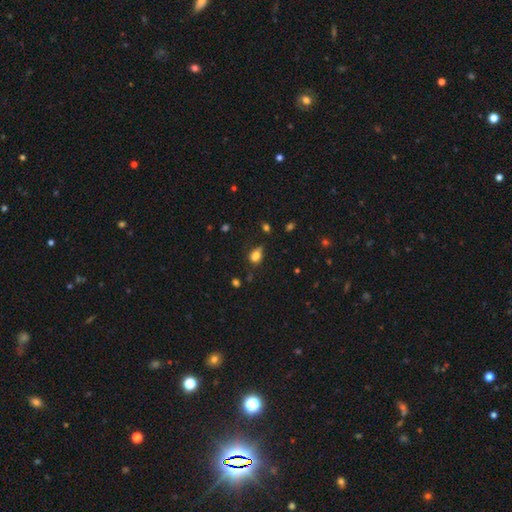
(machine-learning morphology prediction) Smooth or featured? smooth (77%)
How rounded? in between (66%)
Merging? none (48%)